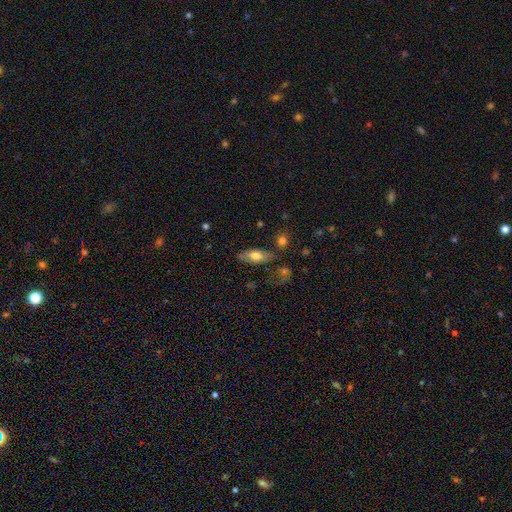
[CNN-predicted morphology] Smooth or featured: smooth — 64% (featured or disk — 29%)
How rounded: in between — 79% (cigar-shaped — 17%)
Merging: none — 68% (minor disturbance — 19%)